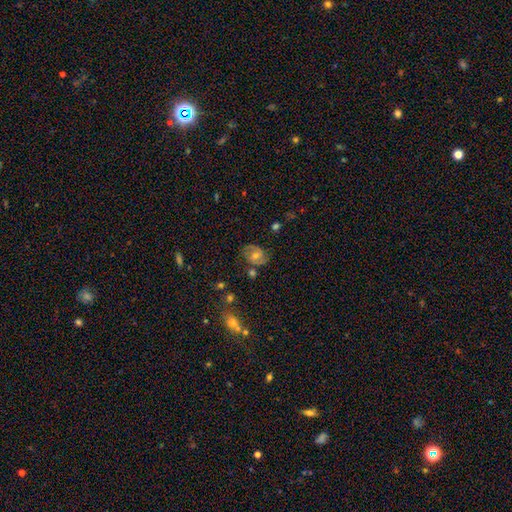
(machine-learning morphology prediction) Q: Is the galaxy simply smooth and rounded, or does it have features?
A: featured or disk — 67%.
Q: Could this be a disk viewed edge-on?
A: no — 97%.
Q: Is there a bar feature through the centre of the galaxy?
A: no — 46%.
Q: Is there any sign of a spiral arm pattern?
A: yes — 86%.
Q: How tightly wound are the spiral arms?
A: medium — 47%.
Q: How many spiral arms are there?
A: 2 — 83%.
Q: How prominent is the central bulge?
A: moderate — 63%.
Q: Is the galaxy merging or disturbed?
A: none — 75%.